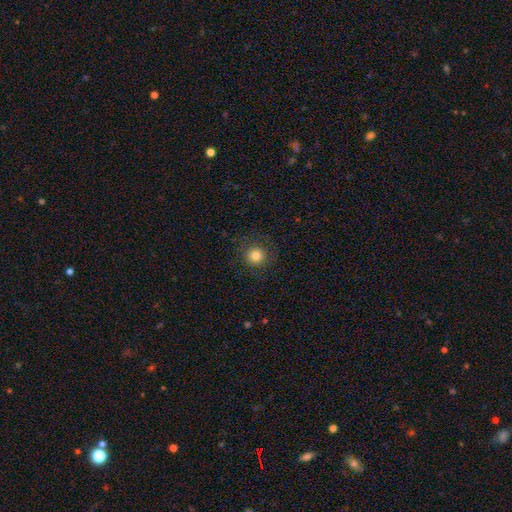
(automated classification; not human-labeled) The model was most divided on "smooth or featured": smooth: 82%, star or artifact: 12%, featured or disk: 6%. More confident: how rounded — round (94%); merging — none (88%).